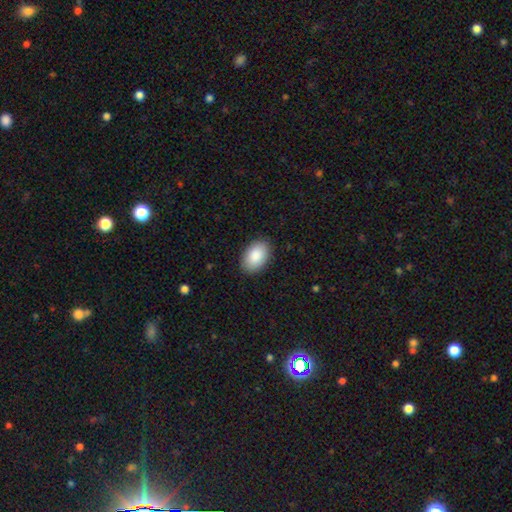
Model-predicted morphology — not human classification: Overall: smooth (89%). How rounded: in between (91%). Merging: none (88%).